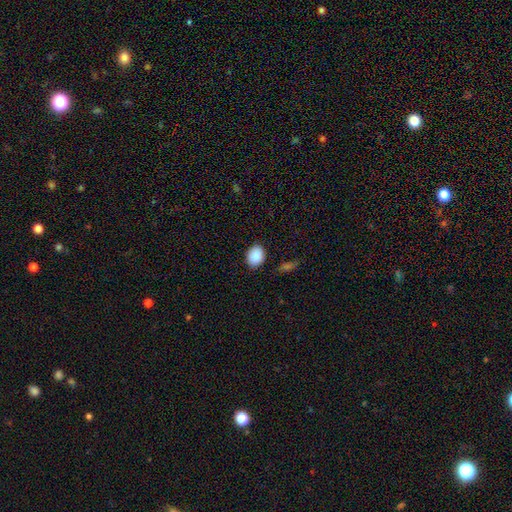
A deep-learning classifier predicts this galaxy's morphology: Smooth or featured? smooth (90%)
How rounded? in between (66%)
Merging? none (86%)